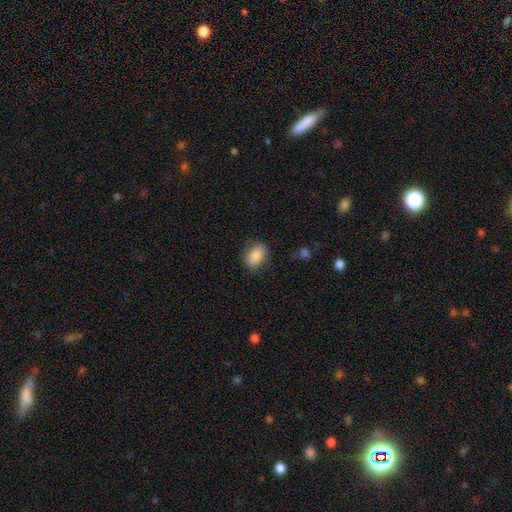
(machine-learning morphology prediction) Smooth or featured? smooth (87%)
How rounded? in between (83%)
Merging? none (80%)